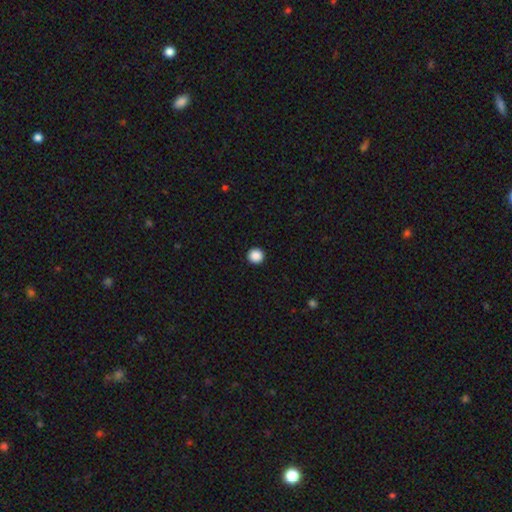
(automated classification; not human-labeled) Smooth or featured? Predicted: smooth (p=0.89). How rounded? Predicted: round (p=0.96). Merging? Predicted: none (p=0.94).